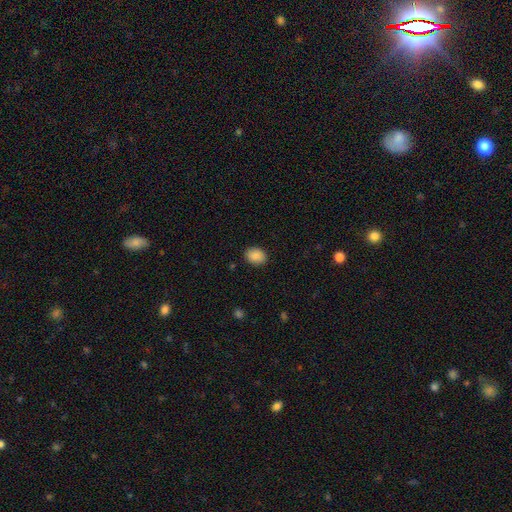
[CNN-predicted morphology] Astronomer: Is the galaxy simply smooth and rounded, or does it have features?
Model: smooth — 89%.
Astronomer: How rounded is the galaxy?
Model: in between — 66%.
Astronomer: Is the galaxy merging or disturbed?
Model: none — 88%.